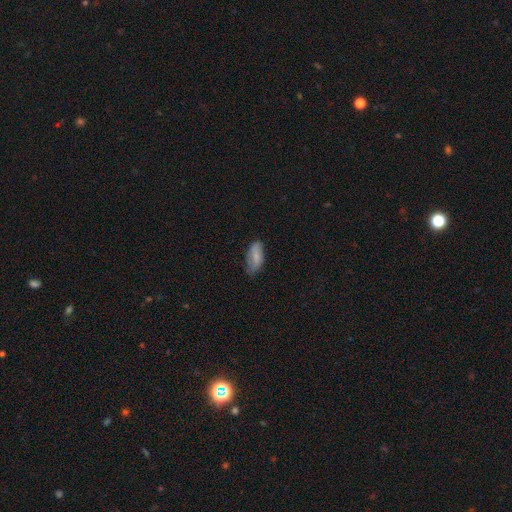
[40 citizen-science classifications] A smooth galaxy with no disk features (82%) that is in between round and cigar-shaped (85%). Merging: none (55%).